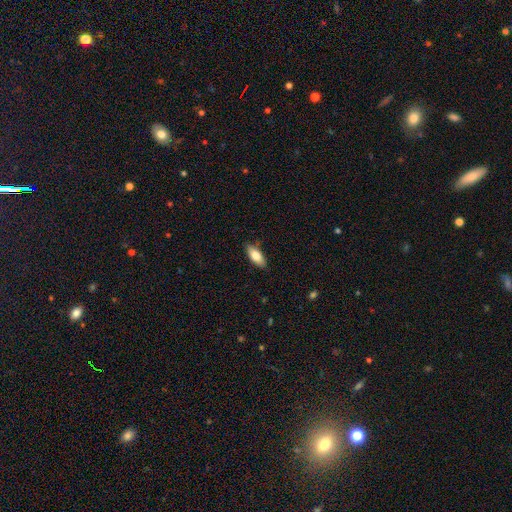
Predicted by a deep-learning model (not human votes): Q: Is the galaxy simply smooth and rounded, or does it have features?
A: smooth — 78%.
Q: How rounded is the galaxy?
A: in between — 78%.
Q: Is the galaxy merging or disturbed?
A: none — 85%.